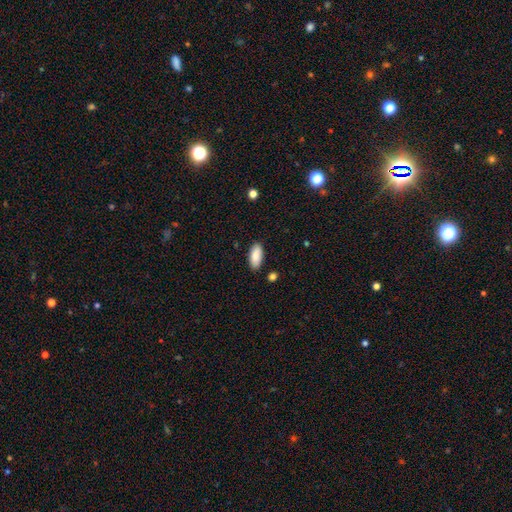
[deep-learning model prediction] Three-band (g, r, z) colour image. It shows a smooth galaxy with no disk features (87%) that is in between round and cigar-shaped (88%). Merging: none (88%).